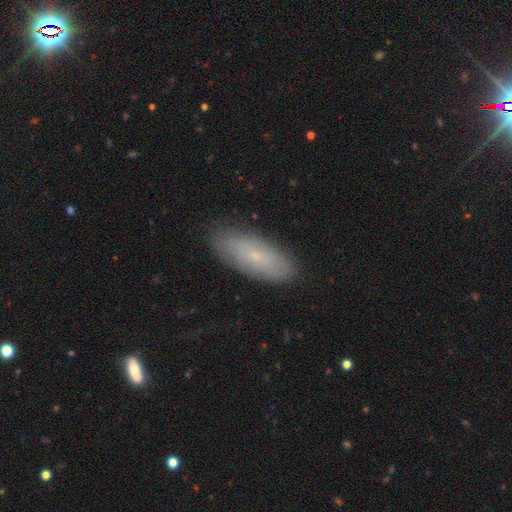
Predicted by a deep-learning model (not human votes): The model was most divided on "smooth or featured": smooth: 61%, featured or disk: 31%, star or artifact: 8%. More confident: merging — none (86%); how rounded — in between (73%).